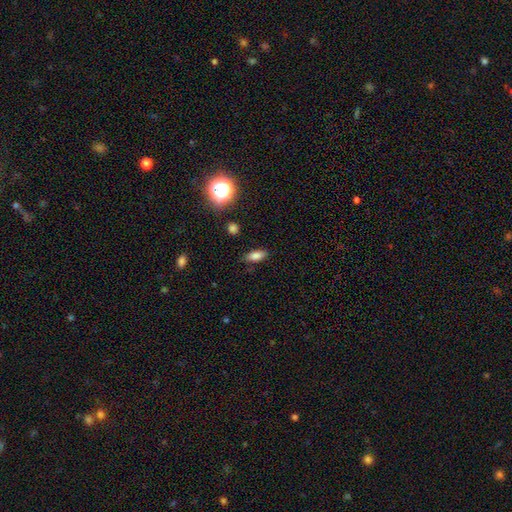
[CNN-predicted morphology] type=smooth (80%); roundness=in between (79%); merging=none (84%).